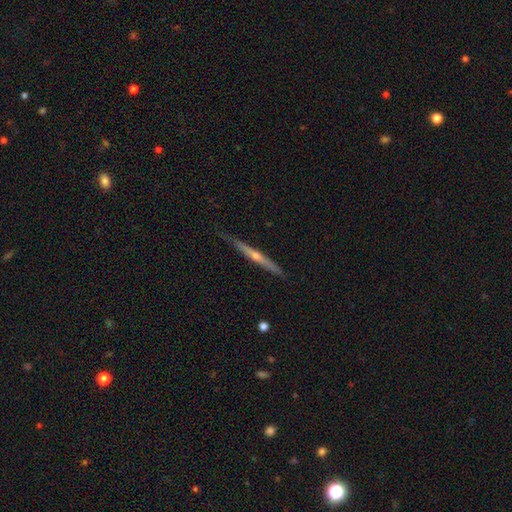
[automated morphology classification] featured or disk 72%, smooth 22%, star or artifact 6%. Down the decision tree: edge-on disk — yes (98%); edge-on bulge — rounded (74%); merging — none (84%).